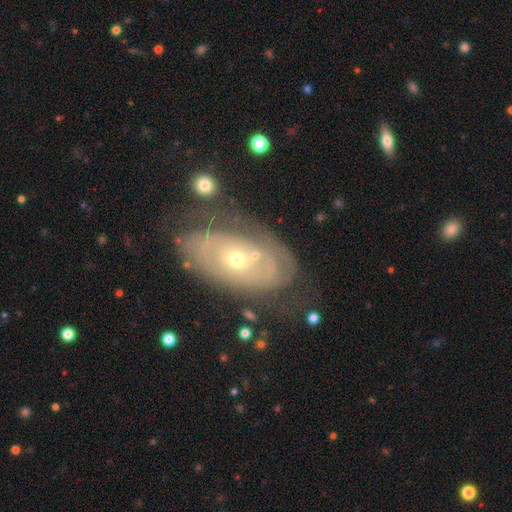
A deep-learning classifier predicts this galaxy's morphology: Q: Smooth or featured?
A: featured or disk (74%); runner-up: smooth (20%)
Q: Edge-on disk?
A: no (94%); runner-up: yes (6%)
Q: Bar?
A: no (85%); runner-up: weak (12%)
Q: Spiral arms?
A: yes (66%); runner-up: no (34%)
Q: Bulge size?
A: small (59%); runner-up: moderate (38%)
Q: Merging?
A: none (62%); runner-up: minor disturbance (19%)